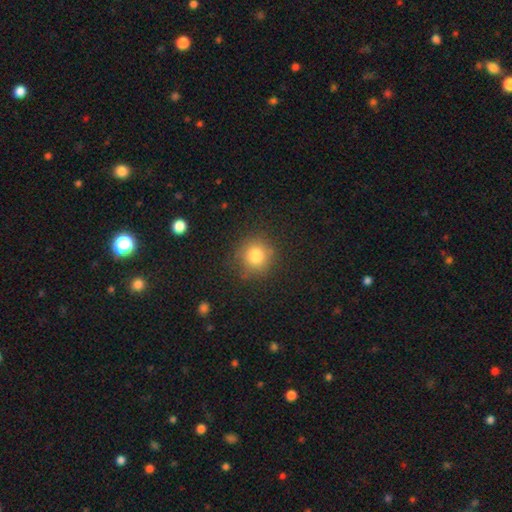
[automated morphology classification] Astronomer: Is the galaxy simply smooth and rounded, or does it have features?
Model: smooth — 81%.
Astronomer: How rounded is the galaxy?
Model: round — 91%.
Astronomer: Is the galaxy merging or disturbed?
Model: none — 84%.